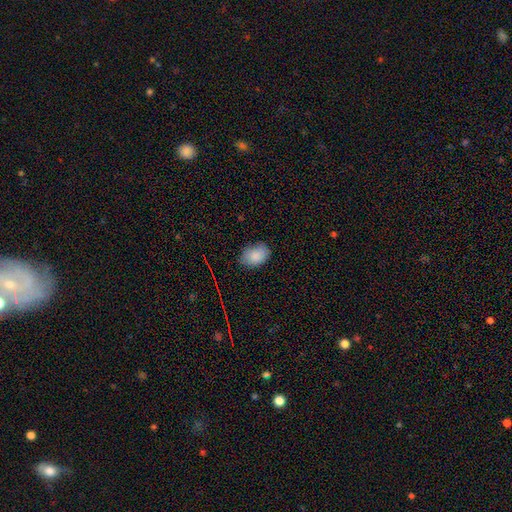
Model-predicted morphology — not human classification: Smooth or featured?
  - smooth: 85% *
  - star or artifact: 8%
  - featured or disk: 6%
How rounded?
  - in between: 78% *
  - round: 21%
  - cigar-shaped: 1%
Merging?
  - none: 77% *
  - minor disturbance: 19%
  - major disturbance: 3%
  - merger: 1%